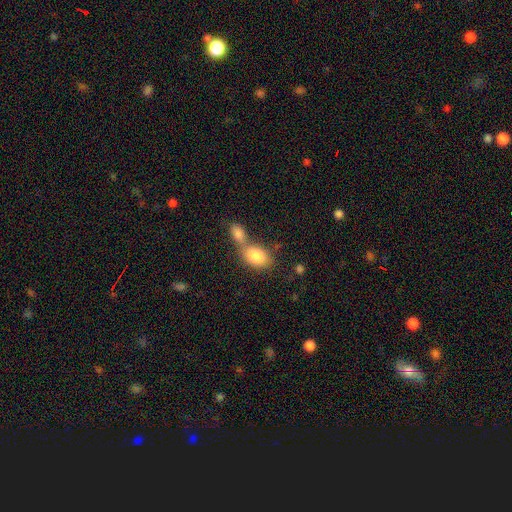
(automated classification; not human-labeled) Overall: smooth (83%). How rounded: in between (83%). Merging: merger (59%; none 29%).